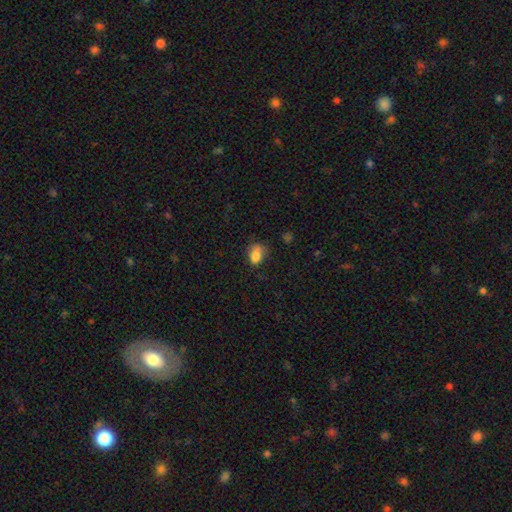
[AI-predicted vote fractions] smooth-or-featured: smooth: 81% | star or artifact: 10% | featured or disk: 8%
  how-rounded: in between: 77% | round: 21% | cigar-shaped: 2%
  merging: none: 45% | minor disturbance: 34% | major disturbance: 16% | merger: 4%